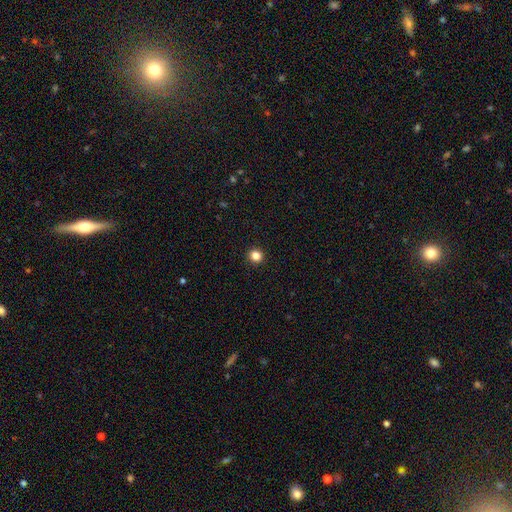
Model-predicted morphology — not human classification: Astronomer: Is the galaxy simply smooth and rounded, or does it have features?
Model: smooth — 84%.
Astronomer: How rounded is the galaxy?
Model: round — 93%.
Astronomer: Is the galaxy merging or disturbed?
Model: none — 93%.